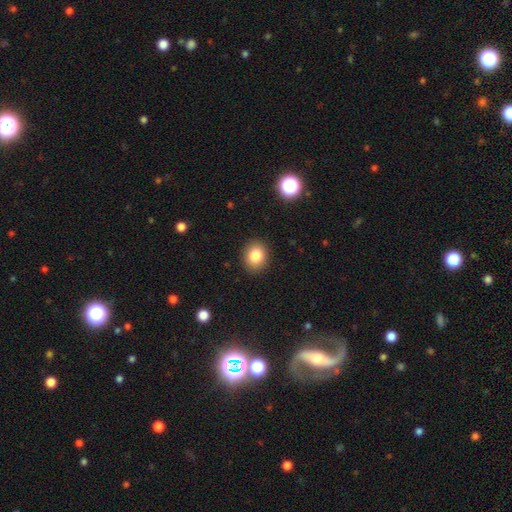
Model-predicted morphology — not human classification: smooth 83%, star or artifact 10%, featured or disk 7%. Down the decision tree: how rounded — round (61%); merging — none (90%).